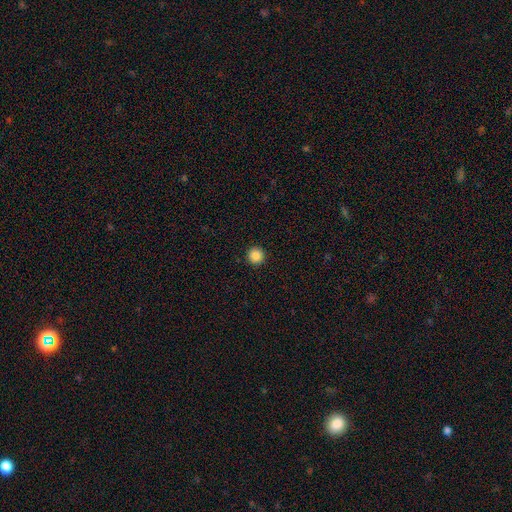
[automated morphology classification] The model was most divided on "smooth or featured": smooth: 87%, star or artifact: 10%, featured or disk: 3%. More confident: how rounded — round (96%); merging — none (94%).